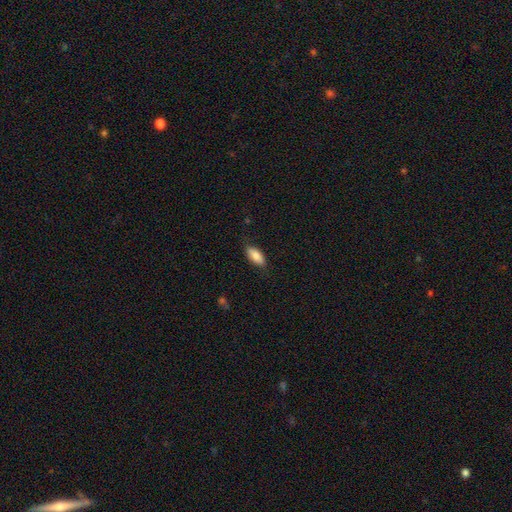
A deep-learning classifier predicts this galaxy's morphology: A smooth galaxy with no disk features (83%) that is in between round and cigar-shaped (84%). Merging: none (82%).